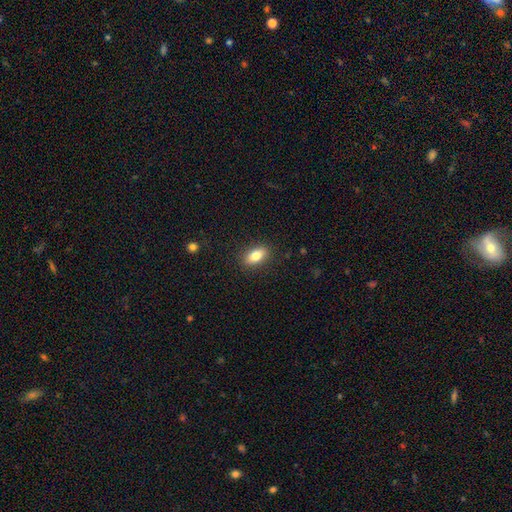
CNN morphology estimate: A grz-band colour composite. It shows a smooth galaxy with no disk features (80%) that is in between round and cigar-shaped (85%). Merging: none (88%).